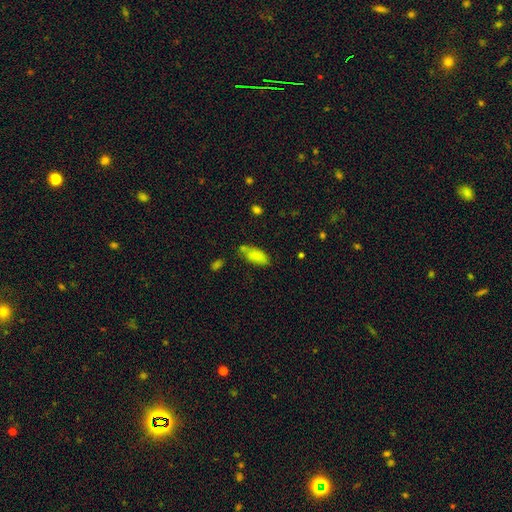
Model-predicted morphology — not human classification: A smooth galaxy with no disk features (83%) that is in between round and cigar-shaped (85%). Merging: none (58%).